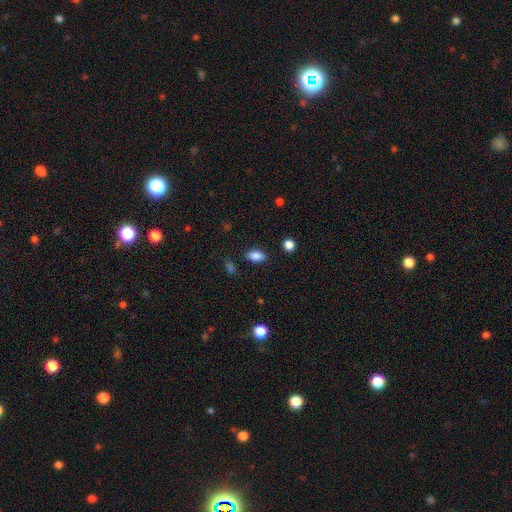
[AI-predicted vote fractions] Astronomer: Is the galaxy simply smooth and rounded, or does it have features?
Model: smooth — 86%.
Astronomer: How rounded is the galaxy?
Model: in between — 89%.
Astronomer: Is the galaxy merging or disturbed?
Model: none — 84%.